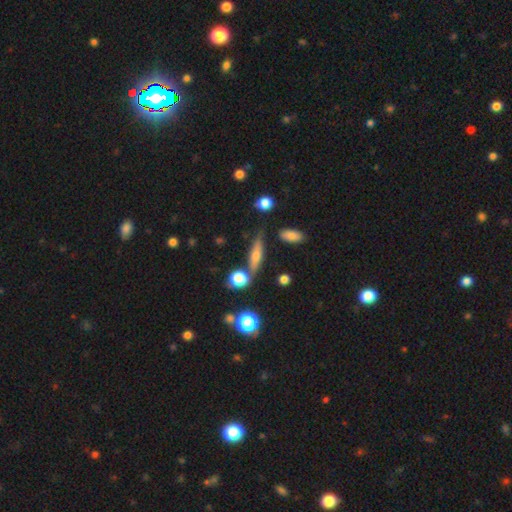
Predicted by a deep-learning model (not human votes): Q: Smooth or featured?
A: smooth (53%); runner-up: featured or disk (36%)
Q: How rounded?
A: cigar-shaped (63%); runner-up: in between (31%)
Q: Merging?
A: none (70%); runner-up: minor disturbance (16%)